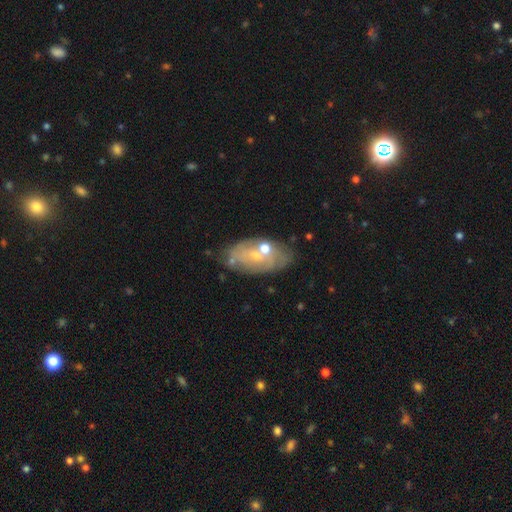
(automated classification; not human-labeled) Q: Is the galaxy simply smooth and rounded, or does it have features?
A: featured or disk — 59%.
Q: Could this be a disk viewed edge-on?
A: no — 92%.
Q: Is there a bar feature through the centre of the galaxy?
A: no — 76%.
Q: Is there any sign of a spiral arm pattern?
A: no — 54%.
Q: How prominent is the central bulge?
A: small — 57%.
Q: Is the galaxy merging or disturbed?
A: none — 63%.